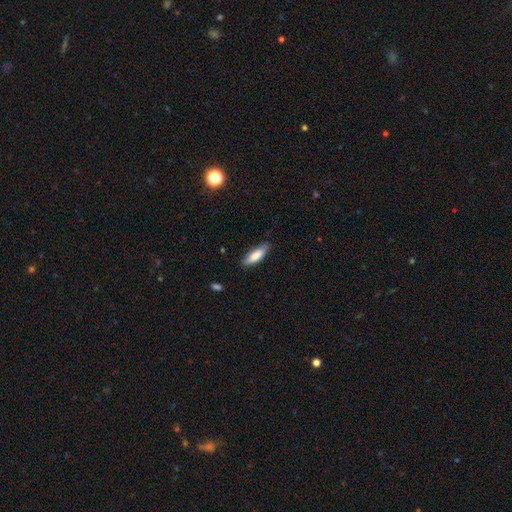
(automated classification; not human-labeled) smooth_or_featured: smooth (p=0.81) [alt: featured or disk p=0.13]
how_rounded: cigar-shaped (p=0.52) [alt: in between p=0.47]
merging: none (p=0.83) [alt: minor disturbance p=0.14]